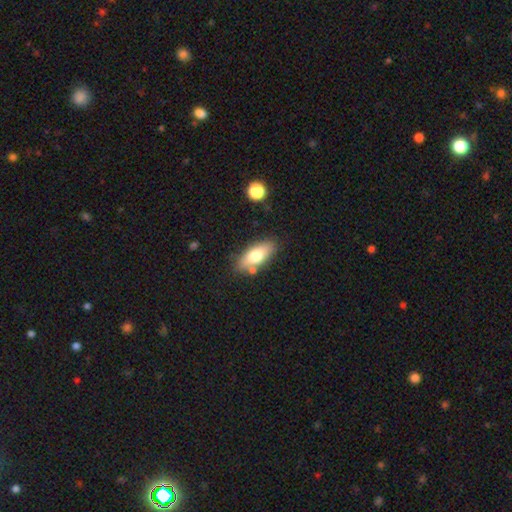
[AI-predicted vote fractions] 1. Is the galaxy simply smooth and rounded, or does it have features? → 70% smooth, 23% featured or disk, 7% star or artifact.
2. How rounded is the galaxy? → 80% in between, 17% cigar-shaped, 3% round.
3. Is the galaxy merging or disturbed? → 77% none, 14% minor disturbance, 6% merger, 3% major disturbance.